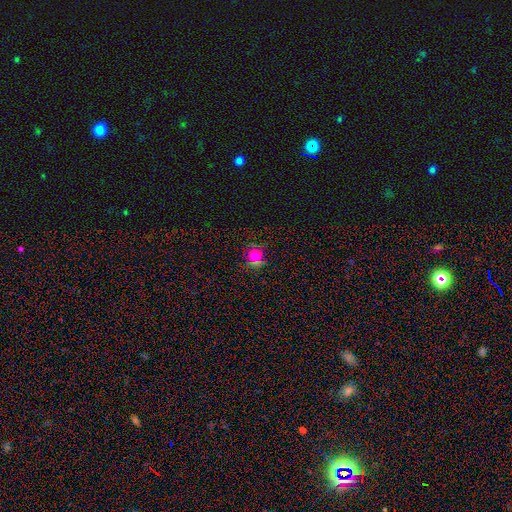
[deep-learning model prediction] A smooth galaxy with no disk features (69%) that is round (87%). Merging: none (78%).